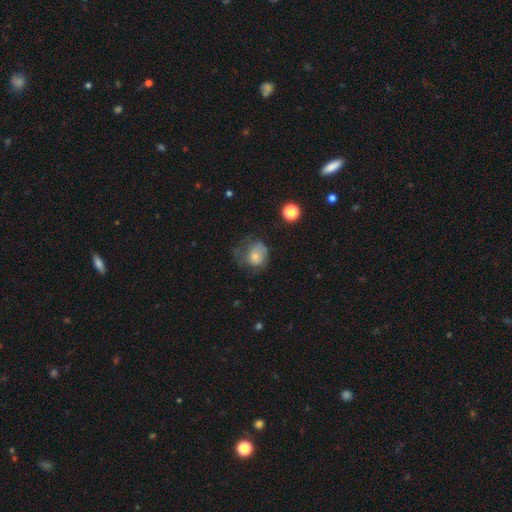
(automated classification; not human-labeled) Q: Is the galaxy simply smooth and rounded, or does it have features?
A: smooth — 63%.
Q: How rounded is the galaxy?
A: round — 62%.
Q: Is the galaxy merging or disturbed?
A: major disturbance — 35%.